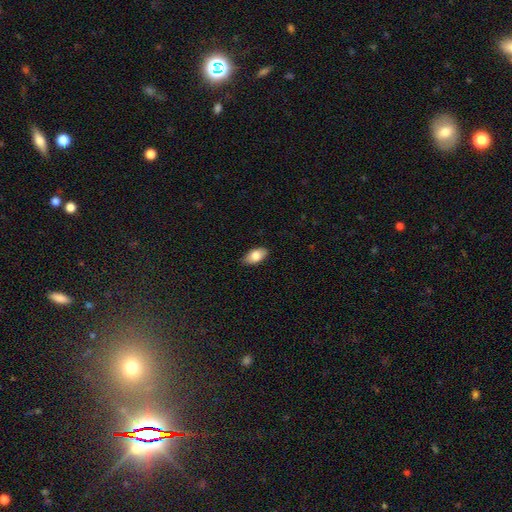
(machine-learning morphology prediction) This appears to be a smooth galaxy with no disk features (82%) that is in between round and cigar-shaped (93%). Merging: none (85%).